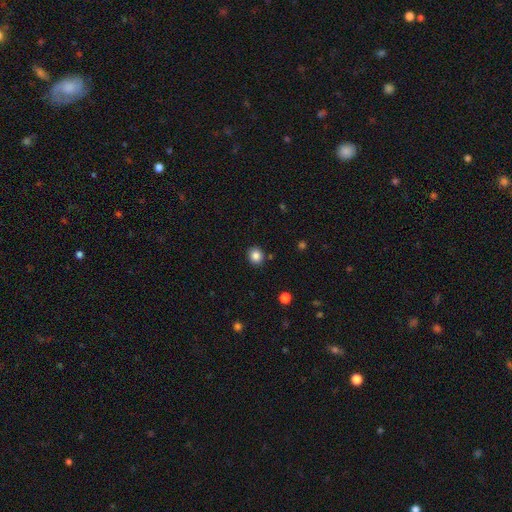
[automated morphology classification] Overall: smooth (85%). How rounded: round (79%). Merging: none (88%).